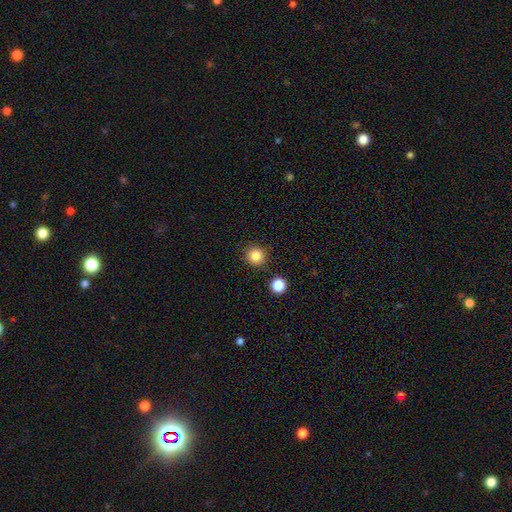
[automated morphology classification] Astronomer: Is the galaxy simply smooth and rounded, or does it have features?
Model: smooth — 85%.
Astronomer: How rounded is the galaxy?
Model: round — 94%.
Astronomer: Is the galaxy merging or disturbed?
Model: none — 88%.